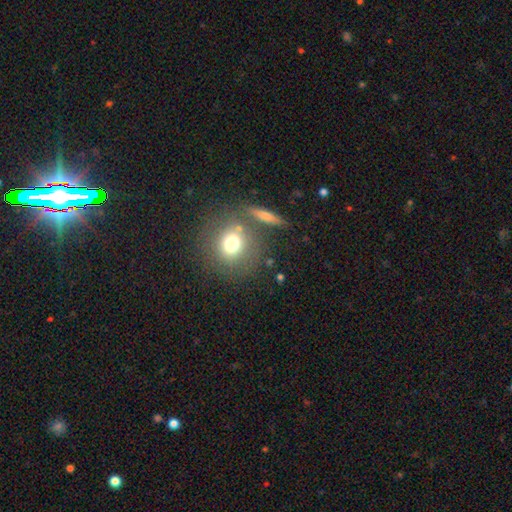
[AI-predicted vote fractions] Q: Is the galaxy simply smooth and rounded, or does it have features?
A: smooth — 61%.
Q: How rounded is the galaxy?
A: round — 77%.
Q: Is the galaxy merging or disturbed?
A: none — 69%.